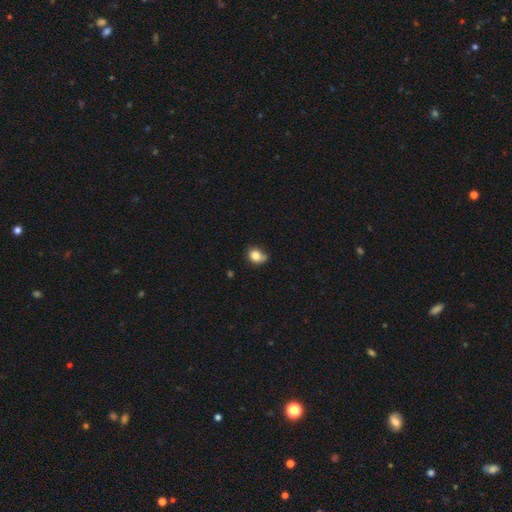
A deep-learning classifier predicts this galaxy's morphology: Smooth or featured: smooth — 82% (star or artifact — 10%)
How rounded: round — 60% (in between — 39%)
Merging: none — 49% (minor disturbance — 35%)